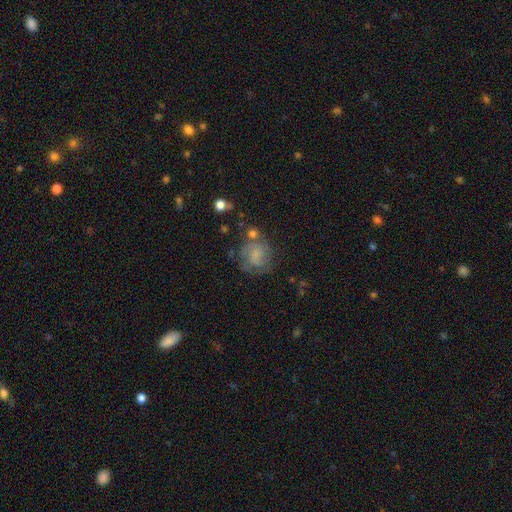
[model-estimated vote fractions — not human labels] A featured or disk galaxy (57%) with no bar (67%), spiral arms (84%) and a small central bulge (48%).

Vote fractions:
- Smooth or featured? featured or disk: 57% / smooth: 33% / star or artifact: 10%
- Edge-on disk? no: 98% / yes: 2%
- Bar? no: 67% / weak: 28% / strong: 5%
- Spiral arms? yes: 84% / no: 16%
- Bulge size? small: 48% / none: 32% / moderate: 15% / large: 4% / dominant: 2%
- Merging? none: 56% / minor disturbance: 21% / major disturbance: 14% / merger: 9%